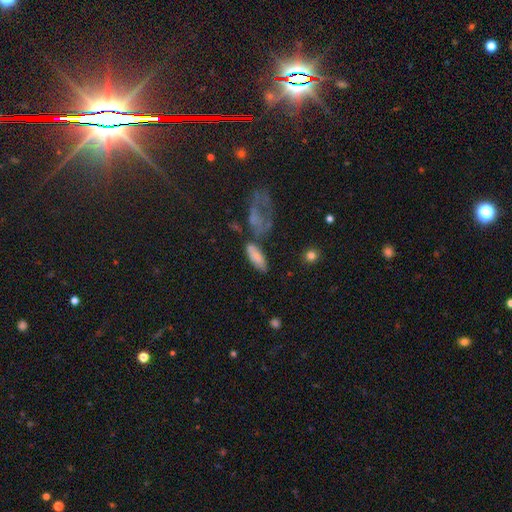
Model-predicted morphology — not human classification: A smooth galaxy with no disk features (74%) that is in between round and cigar-shaped (70%). Merging: none (51%).